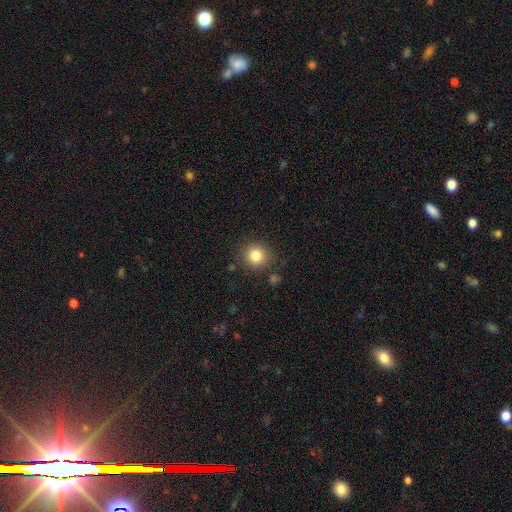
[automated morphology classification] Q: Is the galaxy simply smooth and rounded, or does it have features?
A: smooth — 83%.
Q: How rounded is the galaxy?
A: round — 89%.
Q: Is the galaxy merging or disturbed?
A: none — 86%.